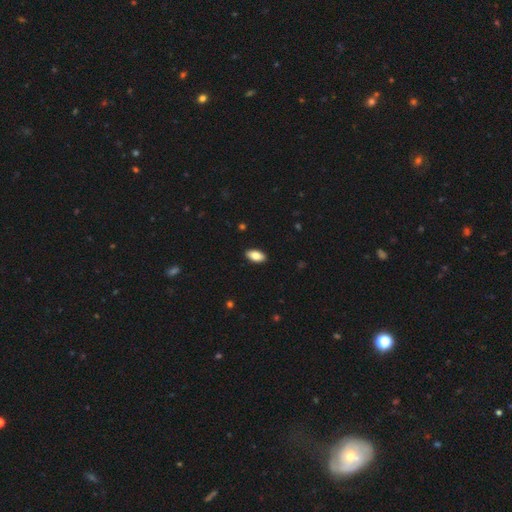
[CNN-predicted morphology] A smooth galaxy with no disk features (86%) that is in between round and cigar-shaped (93%). Merging: none (90%).